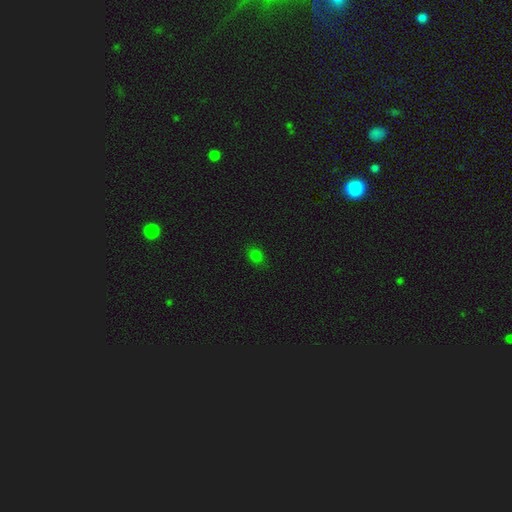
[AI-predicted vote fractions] smooth-or-featured: smooth: 78% | star or artifact: 18% | featured or disk: 4%
  how-rounded: in between: 49% (tied) | round: 49% (tied) | cigar-shaped: 2%
  merging: none: 84% | minor disturbance: 12% | major disturbance: 3% | merger: 1%